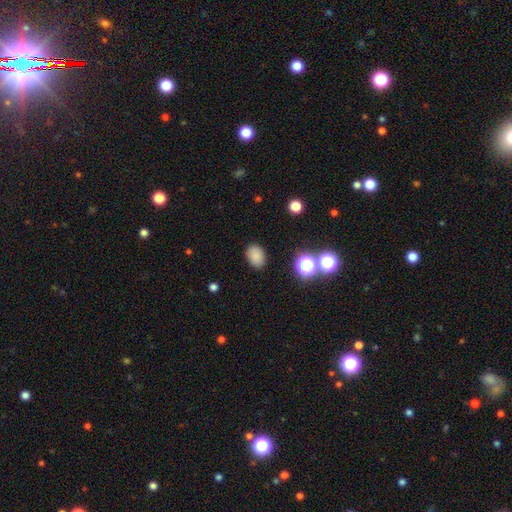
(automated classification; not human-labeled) Smooth or featured? Predicted: smooth (p=0.82). How rounded? Predicted: in between (p=0.74). Merging? Predicted: none (p=0.85).